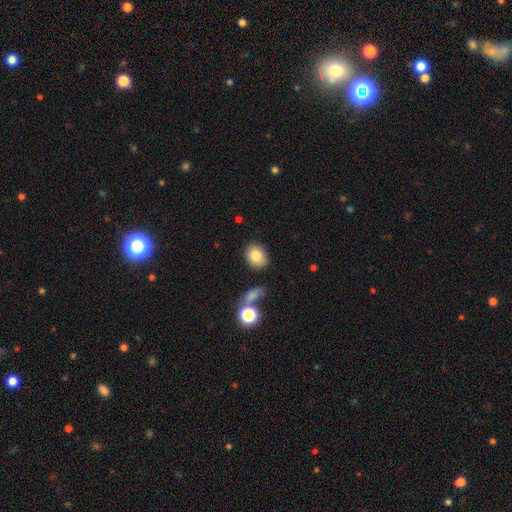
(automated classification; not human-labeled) Smooth or featured? smooth (80%)
How rounded? round (57%)
Merging? none (81%)